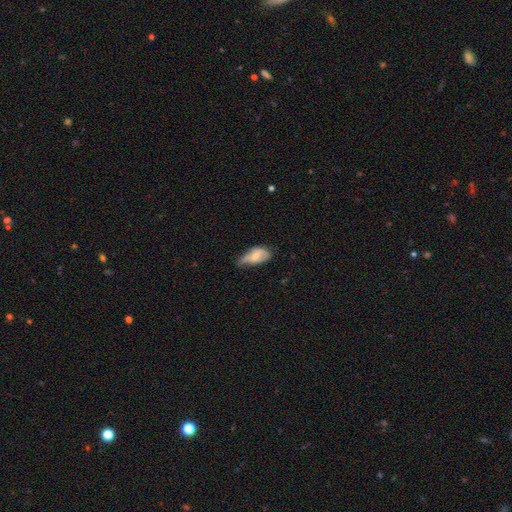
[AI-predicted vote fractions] Overall: smooth (63%; featured or disk 30%). How rounded: in between (90%). Merging: minor disturbance (47%; major disturbance 25%).